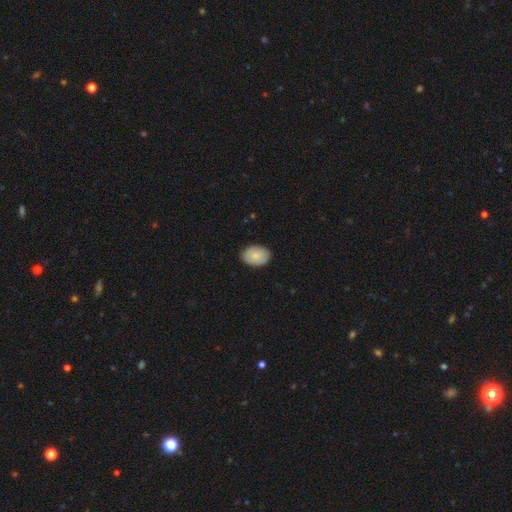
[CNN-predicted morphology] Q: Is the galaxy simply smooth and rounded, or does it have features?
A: smooth — 85%.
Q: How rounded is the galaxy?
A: in between — 79%.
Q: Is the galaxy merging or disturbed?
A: none — 89%.